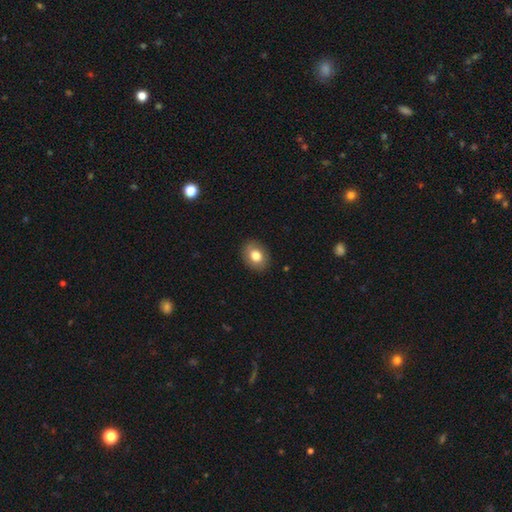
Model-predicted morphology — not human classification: smooth_or_featured: smooth (p=0.79) [alt: featured or disk p=0.12]
how_rounded: in between (p=0.60) [alt: round p=0.39]
merging: none (p=0.88) [alt: minor disturbance p=0.09]